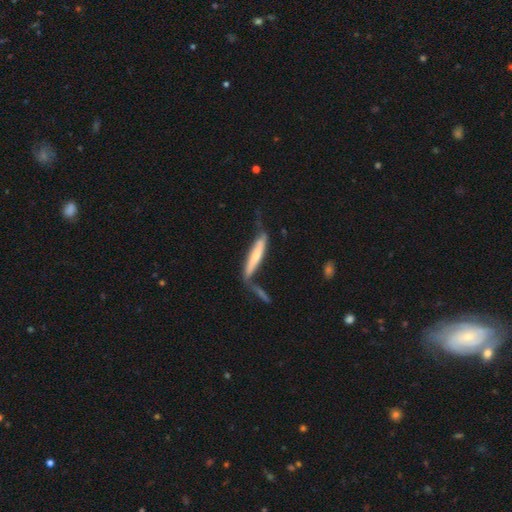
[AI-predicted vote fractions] Morphology: type=smooth (49%); merging=none (39%).